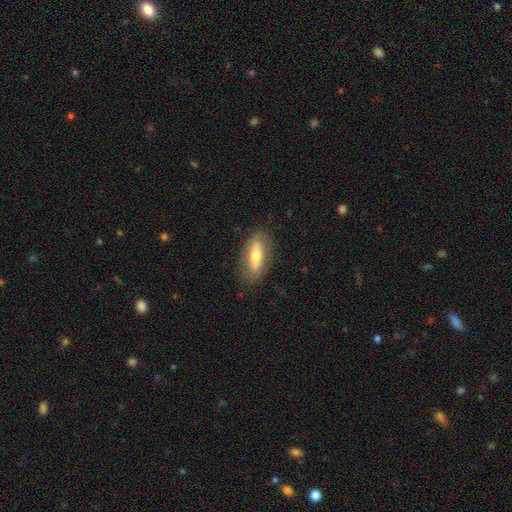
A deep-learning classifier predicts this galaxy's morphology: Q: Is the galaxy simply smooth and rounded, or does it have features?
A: smooth — 56%.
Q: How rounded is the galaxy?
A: in between — 66%.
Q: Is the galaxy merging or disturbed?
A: none — 83%.